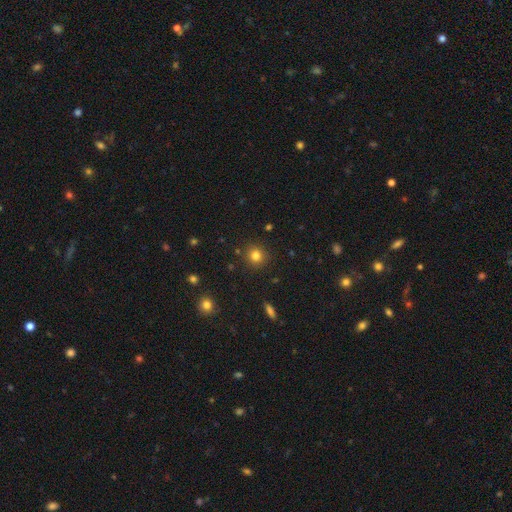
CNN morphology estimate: Smooth or featured: smooth — 80% (star or artifact — 13%)
How rounded: round — 91% (in between — 8%)
Merging: none — 88% (minor disturbance — 7%)